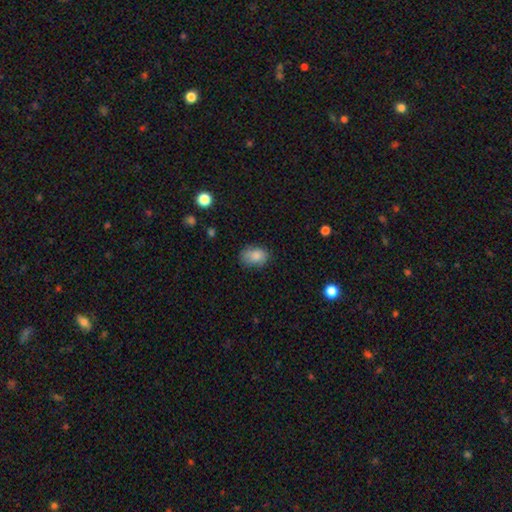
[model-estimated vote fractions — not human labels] A smooth galaxy with no disk features (84%) that is in between round and cigar-shaped (79%).

Vote fractions:
- Smooth or featured? smooth: 84% / star or artifact: 8% / featured or disk: 8%
- How rounded? in between: 79% / round: 20% / cigar-shaped: 1%
- Merging? none: 70% / minor disturbance: 23% / major disturbance: 6% / merger: 1%